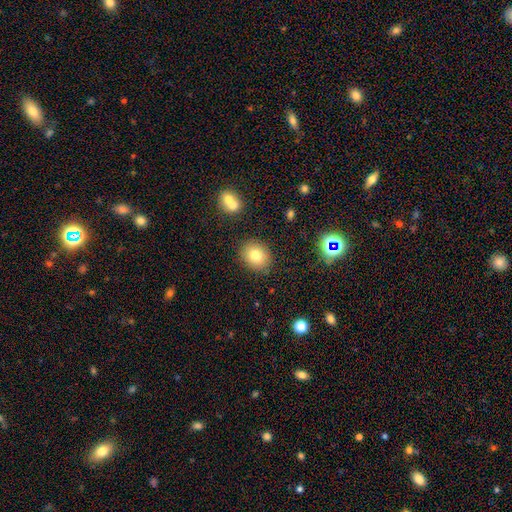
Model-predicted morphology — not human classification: Smooth or featured? Predicted: smooth (p=0.77). How rounded? Predicted: round (p=0.68). Merging? Predicted: none (p=0.86).